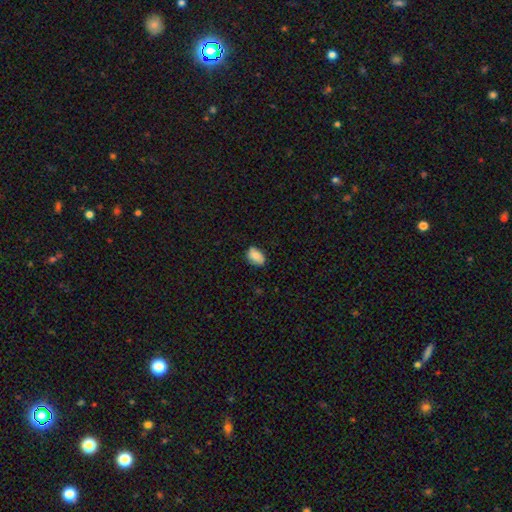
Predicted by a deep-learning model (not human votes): Q: Smooth or featured?
A: smooth (85%); runner-up: featured or disk (8%)
Q: How rounded?
A: in between (88%); runner-up: round (11%)
Q: Merging?
A: none (78%); runner-up: minor disturbance (18%)